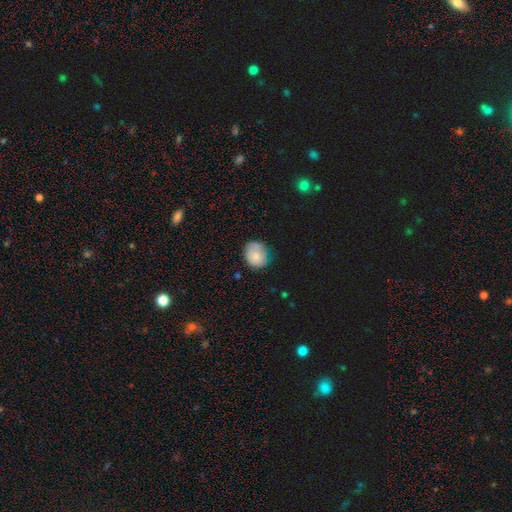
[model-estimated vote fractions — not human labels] smooth-or-featured: smooth: 77% | featured or disk: 15% | star or artifact: 8%
  how-rounded: round: 64% | in between: 36% | cigar-shaped: 1%
  merging: none: 68% | minor disturbance: 25% | major disturbance: 5% | merger: 2%